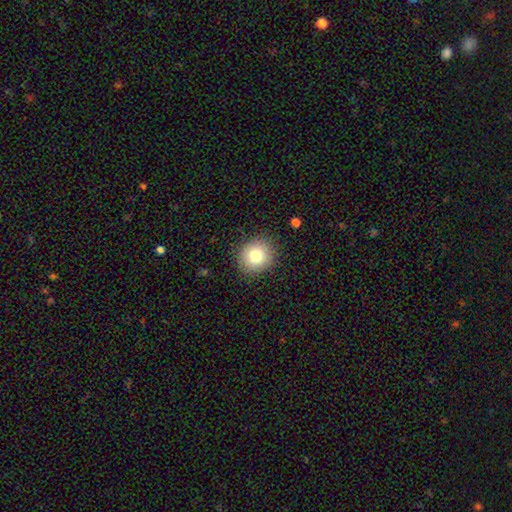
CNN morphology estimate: smooth 80%, featured or disk 10%, star or artifact 10%. Down the decision tree: how rounded — round (82%); merging — none (88%).